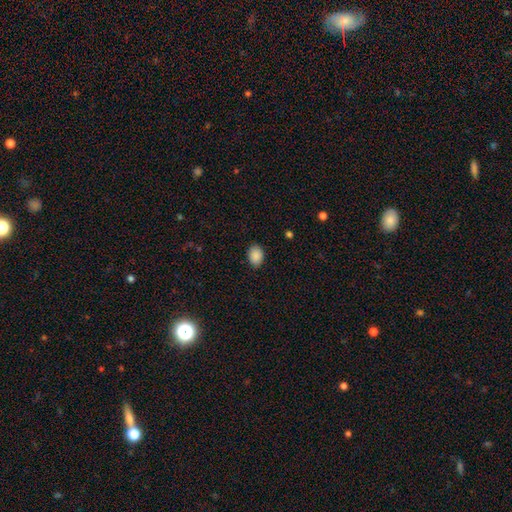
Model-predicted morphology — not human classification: A smooth galaxy with no disk features (89%) that is in between round and cigar-shaped (80%). Merging: none (87%).